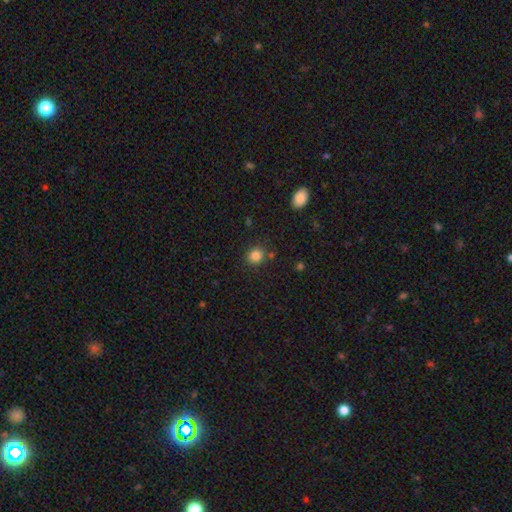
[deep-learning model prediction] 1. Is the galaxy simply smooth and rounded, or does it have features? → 85% smooth, 11% star or artifact, 4% featured or disk.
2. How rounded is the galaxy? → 81% round, 18% in between, 1% cigar-shaped.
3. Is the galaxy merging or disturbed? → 82% none, 9% minor disturbance, 6% merger, 3% major disturbance.